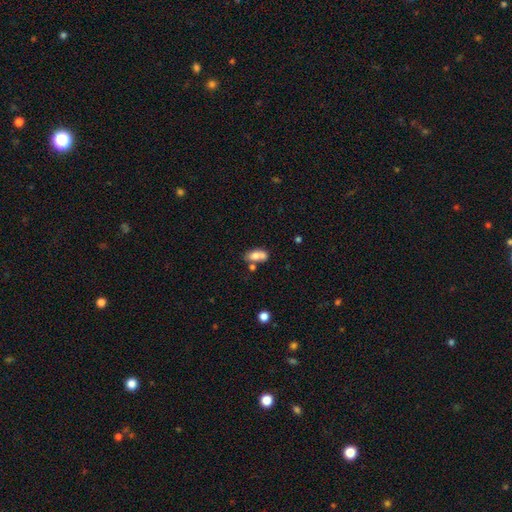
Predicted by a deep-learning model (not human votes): The model was most divided on "merging": merger: 48%, none: 32%, minor disturbance: 13%, major disturbance: 7%. More confident: how rounded — in between (81%); smooth or featured — smooth (67%).